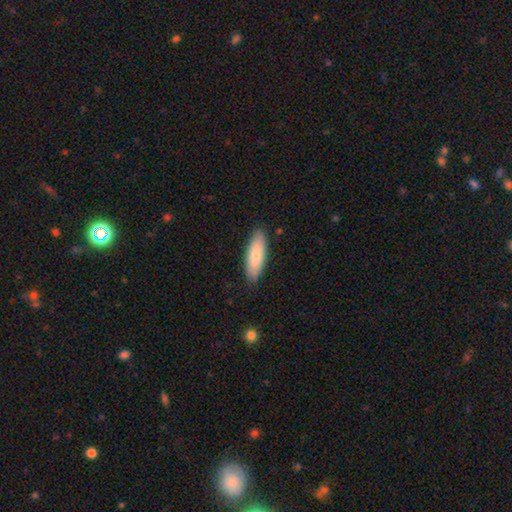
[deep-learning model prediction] smooth_or_featured: smooth (p=0.79) [alt: featured or disk p=0.15]
how_rounded: in between (p=0.57) [alt: cigar-shaped p=0.41]
merging: none (p=0.87) [alt: minor disturbance p=0.10]